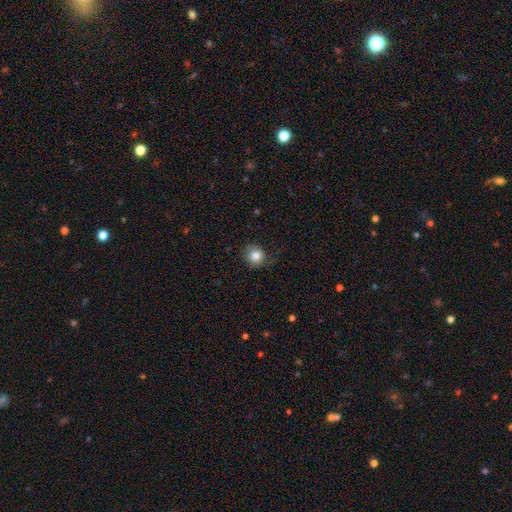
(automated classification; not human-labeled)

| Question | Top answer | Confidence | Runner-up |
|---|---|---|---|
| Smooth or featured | smooth | 83% | star or artifact (9%) |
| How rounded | round | 87% | in between (12%) |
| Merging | none | 71% | minor disturbance (20%) |